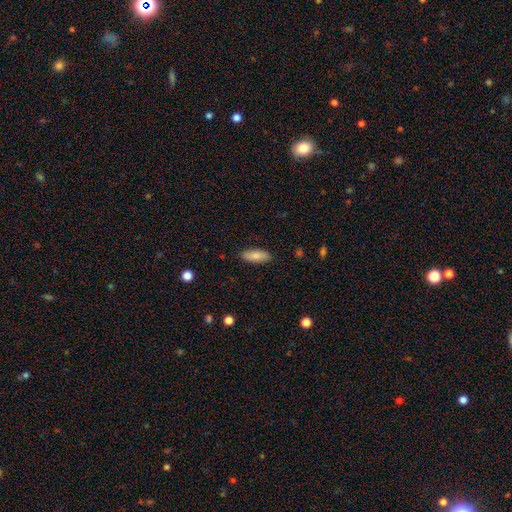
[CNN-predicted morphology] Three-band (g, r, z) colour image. It shows a smooth galaxy with no disk features (83%) that is in between round and cigar-shaped (73%). Merging: none (88%).